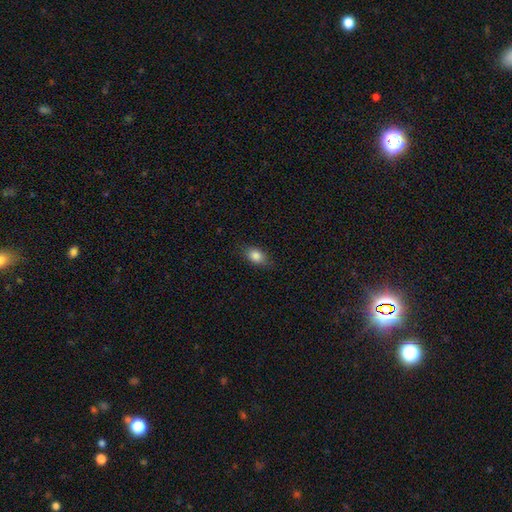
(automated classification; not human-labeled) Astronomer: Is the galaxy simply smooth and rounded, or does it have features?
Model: smooth — 84%.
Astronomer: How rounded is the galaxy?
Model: in between — 80%.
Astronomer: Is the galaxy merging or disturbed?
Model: none — 81%.